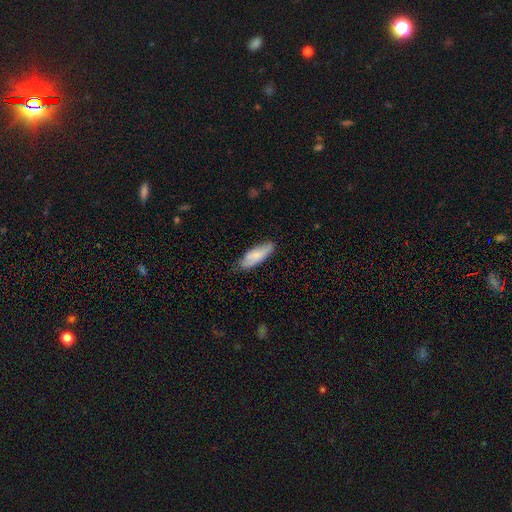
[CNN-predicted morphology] A smooth galaxy with no disk features (71%) that is in between round and cigar-shaped (64%). Merging: none (71%).